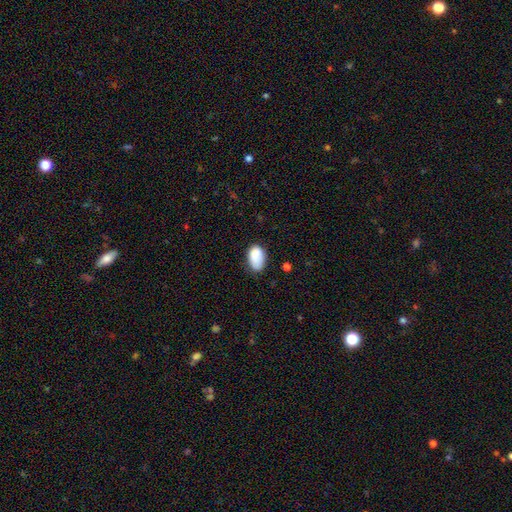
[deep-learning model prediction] smooth-or-featured: smooth: 85% | star or artifact: 8% | featured or disk: 8%
  how-rounded: in between: 91% | round: 8% | cigar-shaped: 1%
  merging: none: 57% | minor disturbance: 31% | major disturbance: 7% | merger: 4%